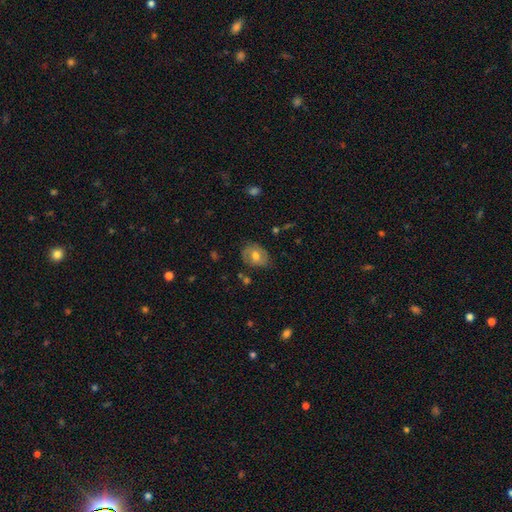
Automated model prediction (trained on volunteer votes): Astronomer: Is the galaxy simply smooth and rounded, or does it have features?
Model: smooth — 53% (runner-up: featured or disk, 39%).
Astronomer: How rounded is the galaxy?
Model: in between — 62% (runner-up: round, 37%).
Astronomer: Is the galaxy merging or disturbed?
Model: none — 70%.